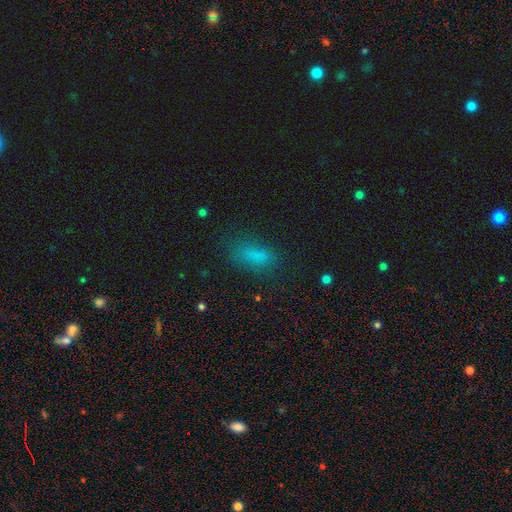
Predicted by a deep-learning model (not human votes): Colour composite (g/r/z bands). It shows a smooth galaxy with no disk features (78%) that is in between round and cigar-shaped (76%). Merging: none (72%).